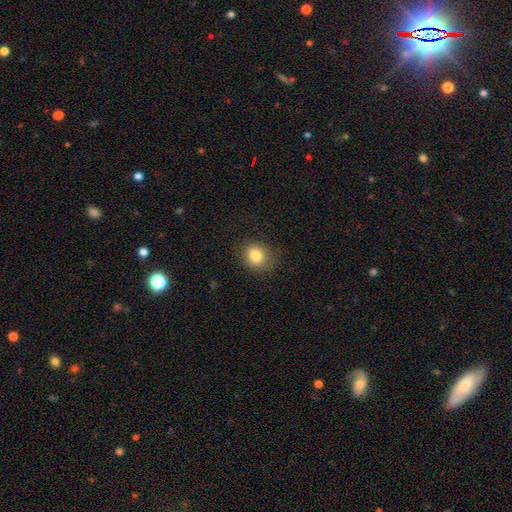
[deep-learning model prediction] smooth 82%, star or artifact 11%, featured or disk 8%. Down the decision tree: how rounded — round (71%); merging — none (82%).